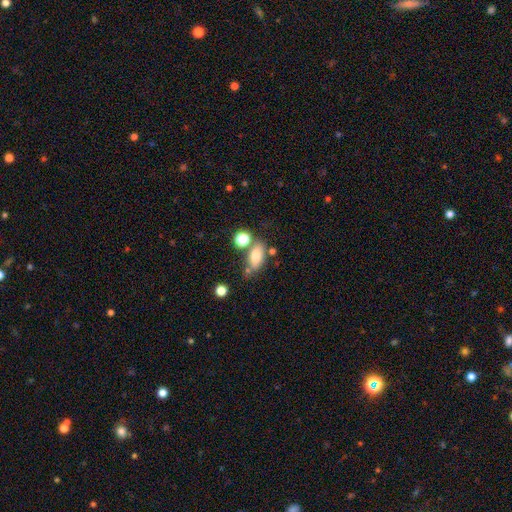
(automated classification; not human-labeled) Smooth or featured? smooth (76%)
How rounded? in between (81%)
Merging? none (61%)